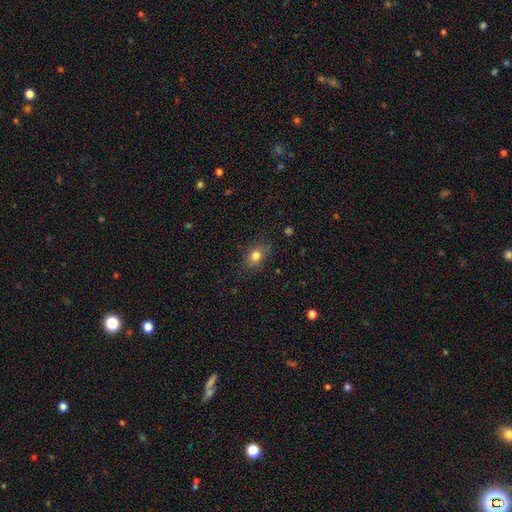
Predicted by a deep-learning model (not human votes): Smooth or featured?
  - smooth: 79% *
  - star or artifact: 11%
  - featured or disk: 10%
How rounded?
  - in between: 62% *
  - round: 36%
  - cigar-shaped: 2%
Merging?
  - none: 80% *
  - minor disturbance: 15%
  - major disturbance: 4%
  - merger: 1%